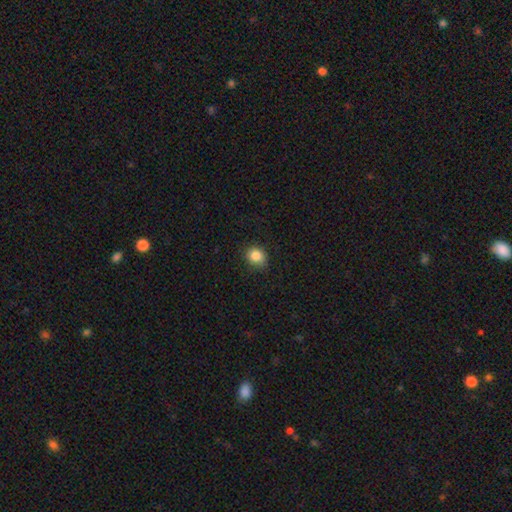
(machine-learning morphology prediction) smooth 85%, star or artifact 10%, featured or disk 5%. Down the decision tree: how rounded — round (74%); merging — none (83%).